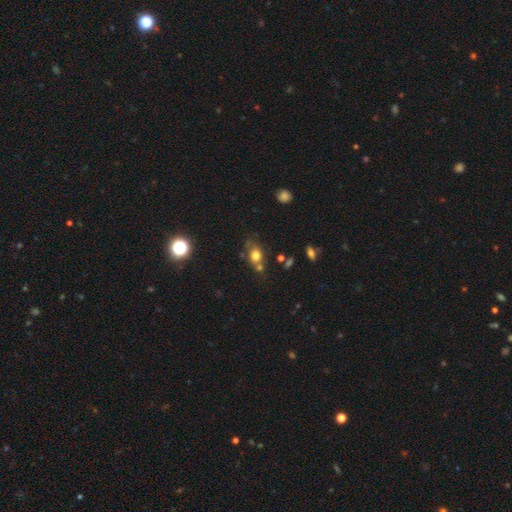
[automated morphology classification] Smooth or featured?
  - smooth: 73% *
  - star or artifact: 14%
  - featured or disk: 13%
How rounded?
  - in between: 50% *
  - round: 48%
  - cigar-shaped: 2%
Merging?
  - none: 53% *
  - merger: 22%
  - minor disturbance: 18%
  - major disturbance: 7%